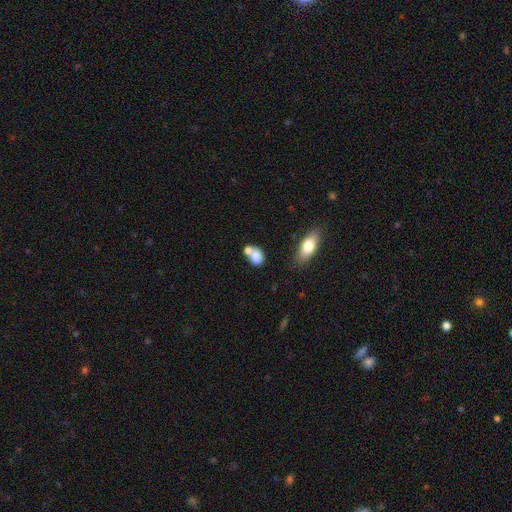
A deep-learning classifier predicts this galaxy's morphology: Q: Smooth or featured?
A: smooth (79%); runner-up: featured or disk (11%)
Q: How rounded?
A: in between (69%); runner-up: round (29%)
Q: Merging?
A: merger (42%); runner-up: none (37%)